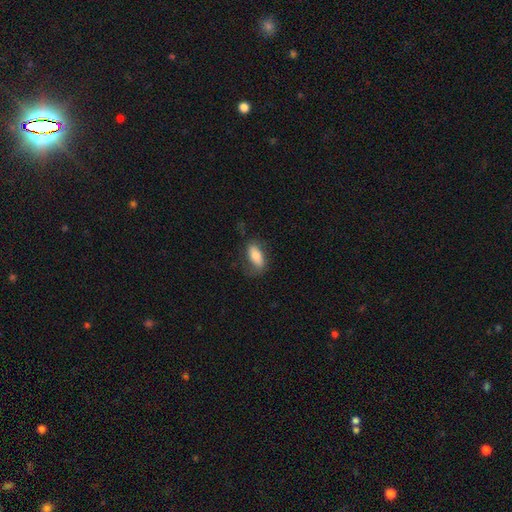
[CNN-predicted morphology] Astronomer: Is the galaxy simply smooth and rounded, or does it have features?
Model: smooth — 72%.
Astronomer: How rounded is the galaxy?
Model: in between — 79%.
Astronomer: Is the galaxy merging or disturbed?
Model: none — 65%.